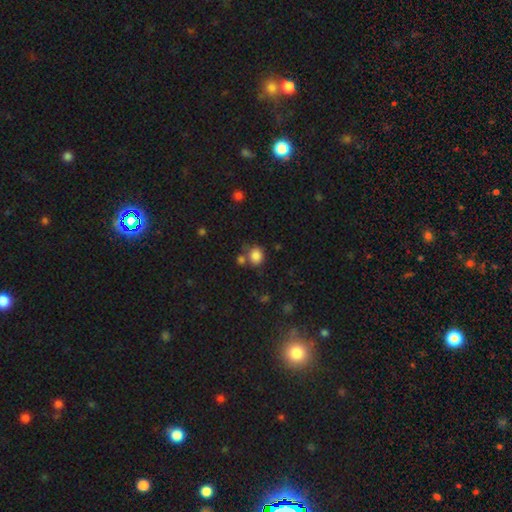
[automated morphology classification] smooth 84%, star or artifact 11%, featured or disk 5%. Down the decision tree: how rounded — round (70%); merging — none (63%).